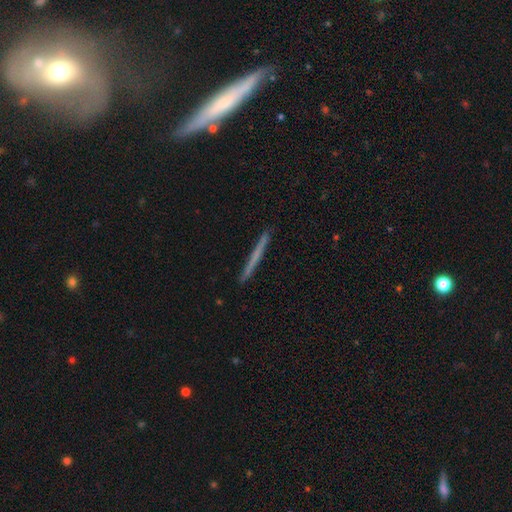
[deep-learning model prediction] The model was most divided on "smooth or featured": smooth: 51%, featured or disk: 43%, star or artifact: 6%. More confident: how rounded — cigar-shaped (97%); merging — none (92%).